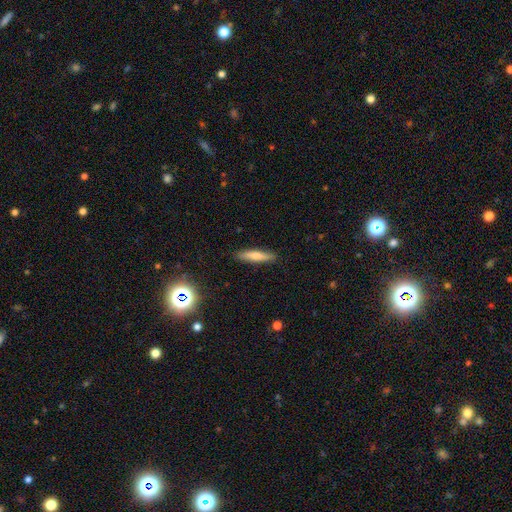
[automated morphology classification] Smooth or featured? Predicted: smooth (p=0.57). How rounded? Predicted: cigar-shaped (p=0.85). Merging? Predicted: none (p=0.89).